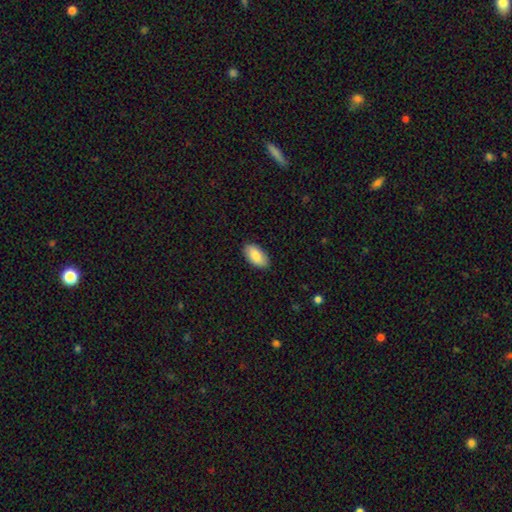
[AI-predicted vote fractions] A smooth galaxy with no disk features (86%) that is in between round and cigar-shaped (94%). Merging: none (88%).